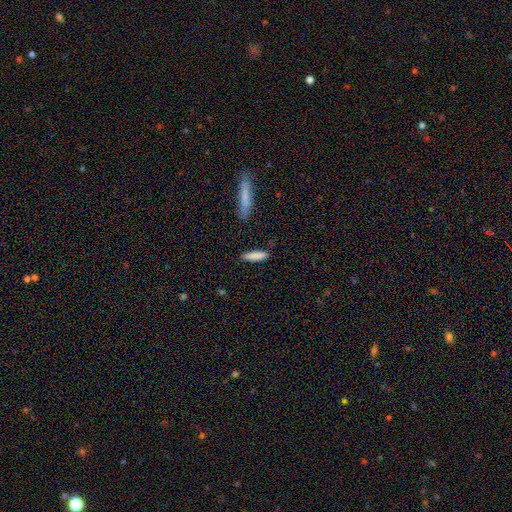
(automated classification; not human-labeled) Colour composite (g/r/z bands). It shows a smooth galaxy with no disk features (85%) that is cigar-shaped (75%). Merging: none (83%).